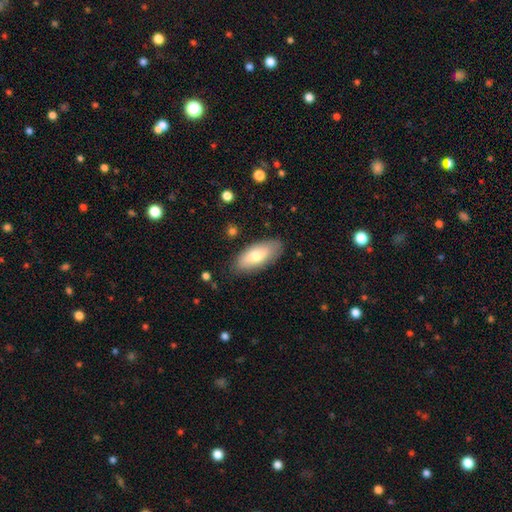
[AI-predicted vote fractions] Morphology: type=smooth (71%); roundness=in between (87%); merging=none (82%).